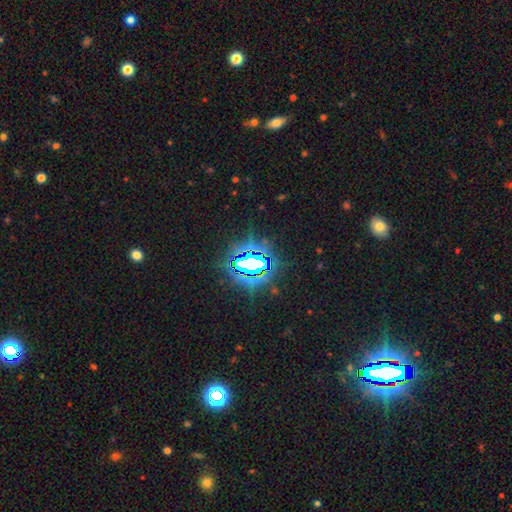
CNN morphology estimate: A star or artifact, not a galaxy (83%).